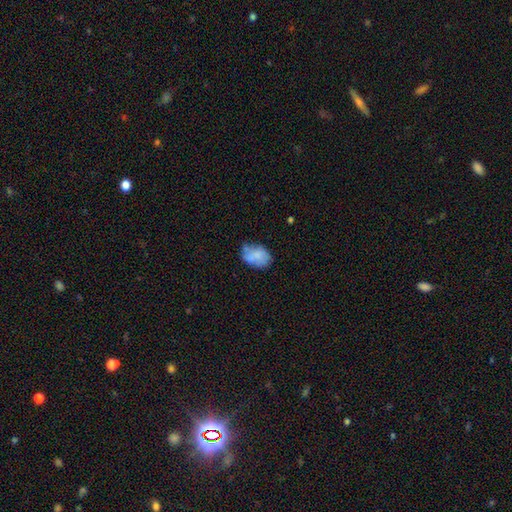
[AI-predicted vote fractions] The model was most divided on "merging": none: 47%, minor disturbance: 34%, major disturbance: 13%, merger: 6%. More confident: how rounded — in between (80%); smooth or featured — smooth (70%).